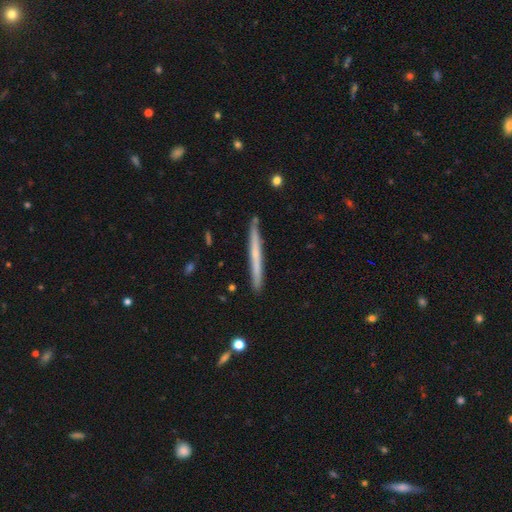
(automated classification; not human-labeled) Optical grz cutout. It shows a featured or disk galaxy (51%) viewed edge-on (97%). Merging: none (90%).